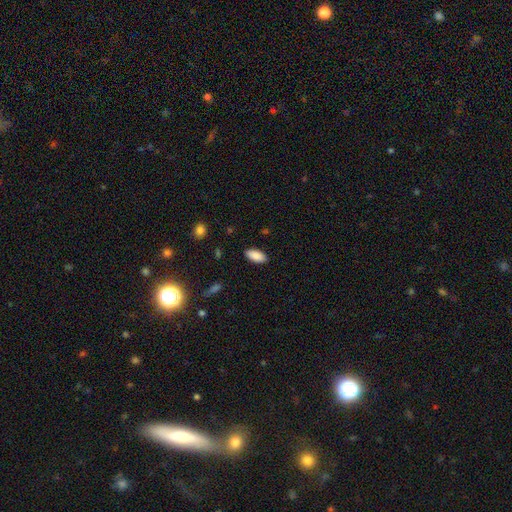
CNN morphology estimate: The model was most divided on "how rounded": in between: 89%, cigar-shaped: 9%, round: 2%. More confident: merging — none (89%); smooth or featured — smooth (89%).